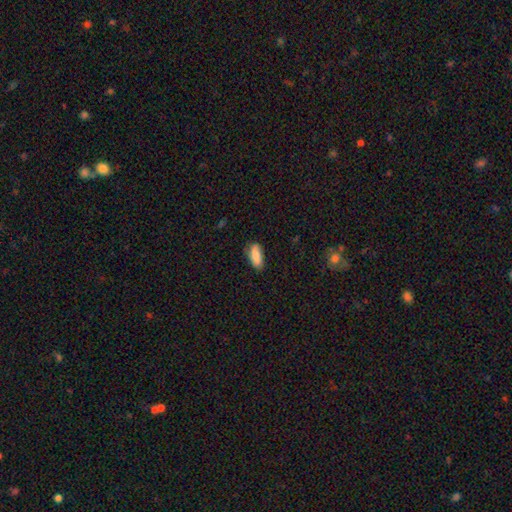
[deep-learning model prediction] Smooth or featured?
  - smooth: 80% *
  - featured or disk: 13%
  - star or artifact: 7%
How rounded?
  - in between: 82% *
  - cigar-shaped: 15%
  - round: 2%
Merging?
  - none: 75% *
  - minor disturbance: 20%
  - major disturbance: 4%
  - merger: 1%